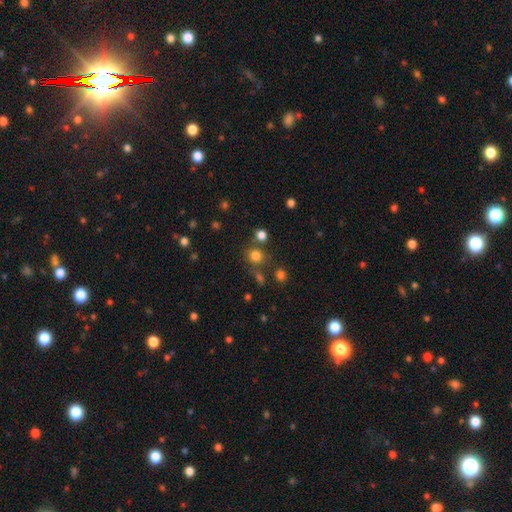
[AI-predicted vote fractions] Q: Smooth or featured?
A: smooth (77%); runner-up: star or artifact (16%)
Q: How rounded?
A: round (89%); runner-up: in between (10%)
Q: Merging?
A: none (73%); runner-up: merger (13%)